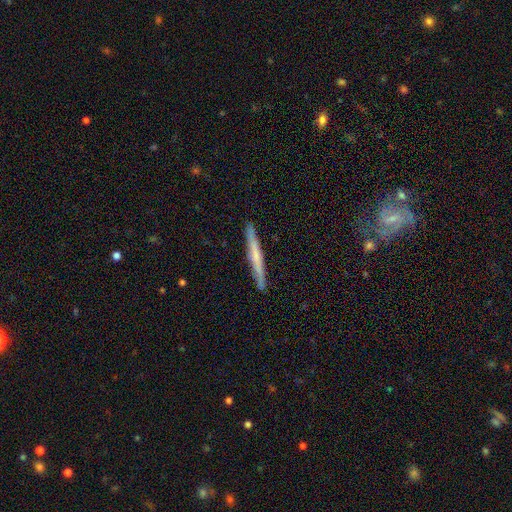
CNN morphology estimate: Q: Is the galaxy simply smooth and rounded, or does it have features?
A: smooth — 48%.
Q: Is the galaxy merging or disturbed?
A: none — 91%.